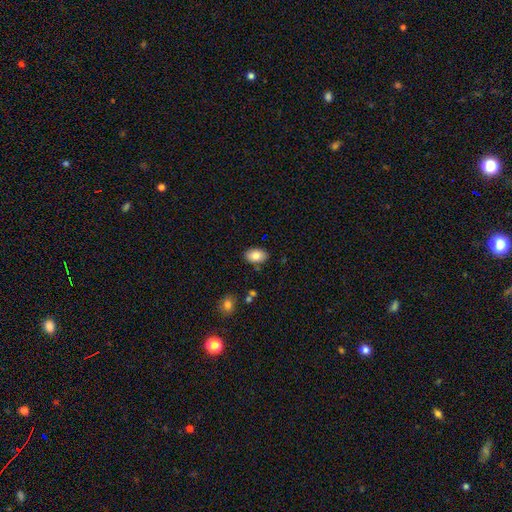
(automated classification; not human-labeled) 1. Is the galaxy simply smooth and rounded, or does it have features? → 84% smooth, 8% featured or disk, 7% star or artifact.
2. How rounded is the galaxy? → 89% in between, 10% round, 1% cigar-shaped.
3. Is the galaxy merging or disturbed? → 86% none, 10% minor disturbance, 2% major disturbance, 2% merger.